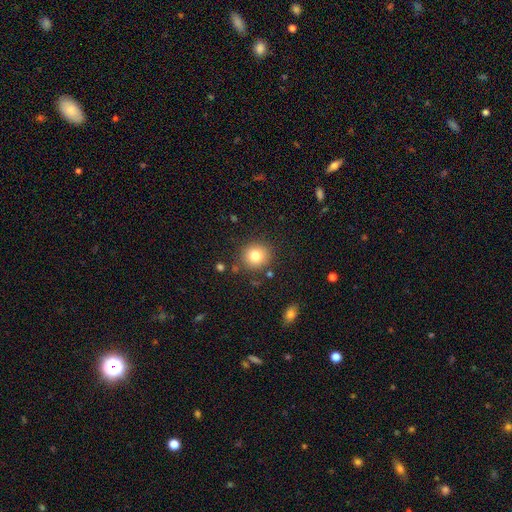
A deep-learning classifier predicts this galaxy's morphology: Overall: smooth (80%). How rounded: round (88%). Merging: none (86%).